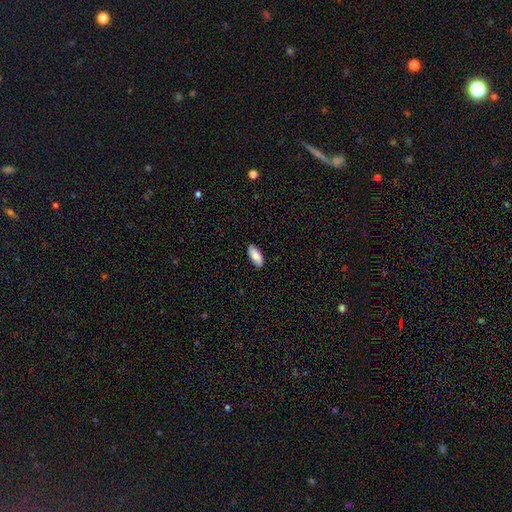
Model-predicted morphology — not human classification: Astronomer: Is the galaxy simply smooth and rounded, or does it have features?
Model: smooth — 87%.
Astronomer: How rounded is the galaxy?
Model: in between — 88%.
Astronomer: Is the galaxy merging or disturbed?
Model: none — 88%.